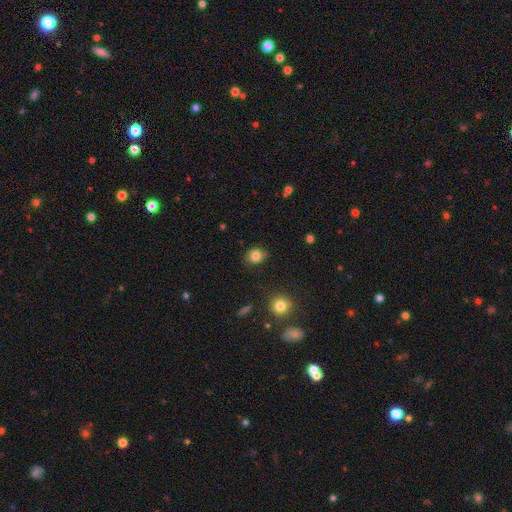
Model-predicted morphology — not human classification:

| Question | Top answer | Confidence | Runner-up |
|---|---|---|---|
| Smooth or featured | smooth | 84% | star or artifact (10%) |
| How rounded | round | 60% | in between (39%) |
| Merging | none | 82% | minor disturbance (14%) |